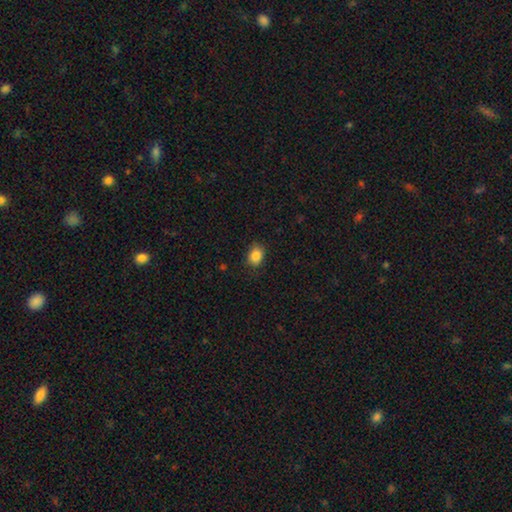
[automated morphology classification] type=smooth (86%); roundness=in between (62%); merging=none (82%).